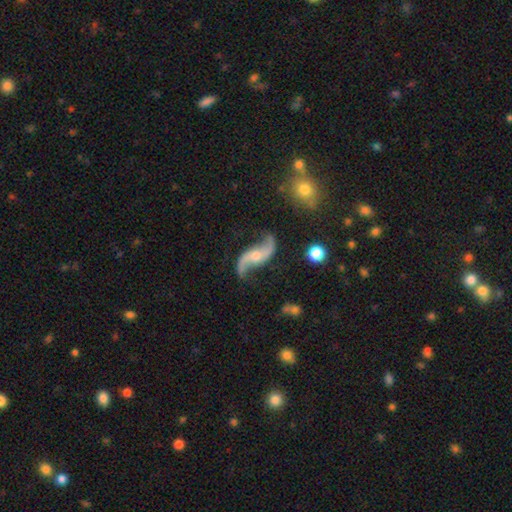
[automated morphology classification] Smooth or featured: featured or disk — 88% (star or artifact — 7%)
Edge-on disk: no — 95% (yes — 5%)
Bar: no — 54% (weak — 33%)
Spiral arms: yes — 97% (no — 3%)
Spiral winding: loose — 75% (medium — 20%)
Spiral arm count: 2 — 93% (1 — 2%)
Bulge size: moderate — 46% (small — 44%)
Merging: none — 76% (minor disturbance — 14%)